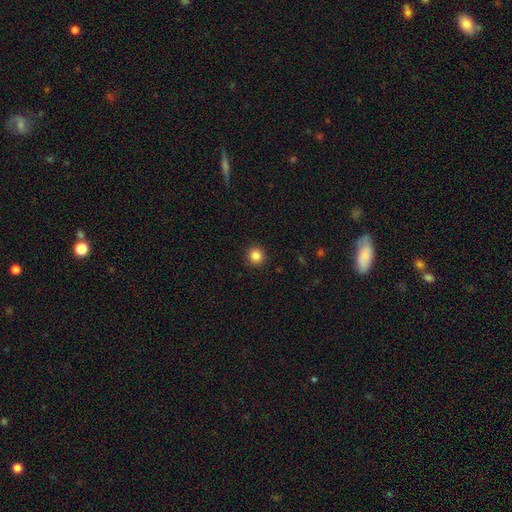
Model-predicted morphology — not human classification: Smooth or featured? smooth (85%)
How rounded? round (93%)
Merging? none (92%)